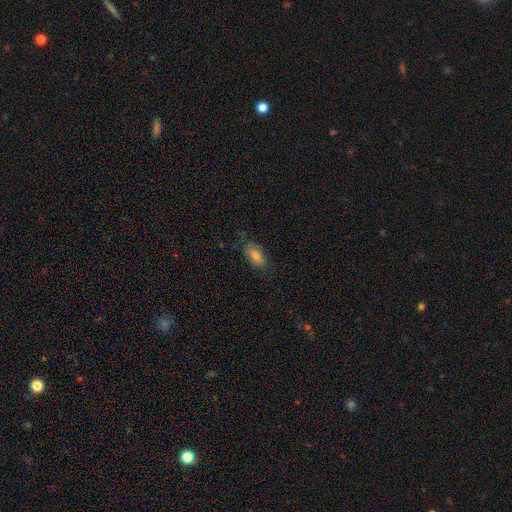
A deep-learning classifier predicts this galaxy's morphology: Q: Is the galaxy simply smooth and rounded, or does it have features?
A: smooth — 72%.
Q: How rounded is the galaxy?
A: in between — 88%.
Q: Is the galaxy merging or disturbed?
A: none — 75%.